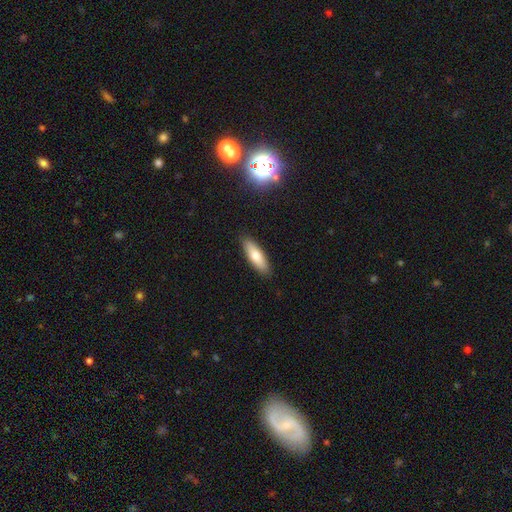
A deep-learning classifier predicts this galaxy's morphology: Smooth or featured?
  - smooth: 71% *
  - featured or disk: 23%
  - star or artifact: 6%
How rounded?
  - cigar-shaped: 49% * (tied)
  - in between: 49% * (tied)
  - round: 2%
Merging?
  - none: 89% *
  - minor disturbance: 8%
  - major disturbance: 2%
  - merger: 1%